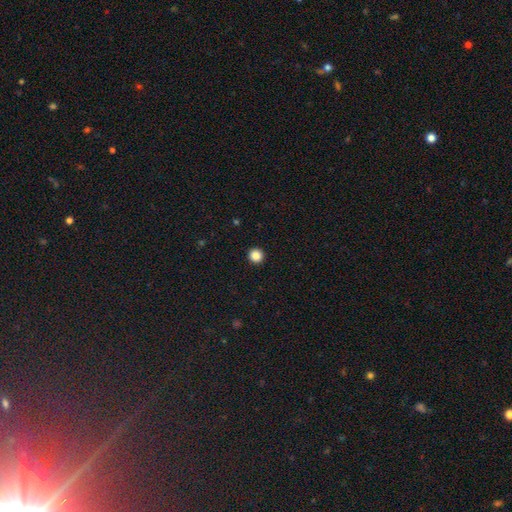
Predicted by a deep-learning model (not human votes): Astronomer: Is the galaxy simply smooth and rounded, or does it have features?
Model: smooth — 85%.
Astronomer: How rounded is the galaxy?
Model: round — 96%.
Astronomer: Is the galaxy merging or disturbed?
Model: none — 94%.